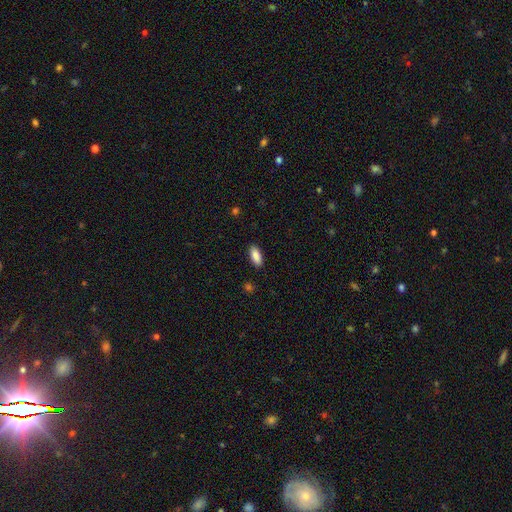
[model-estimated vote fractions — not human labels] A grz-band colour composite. It shows a smooth galaxy with no disk features (89%) that is in between round and cigar-shaped (84%). Merging: none (88%).